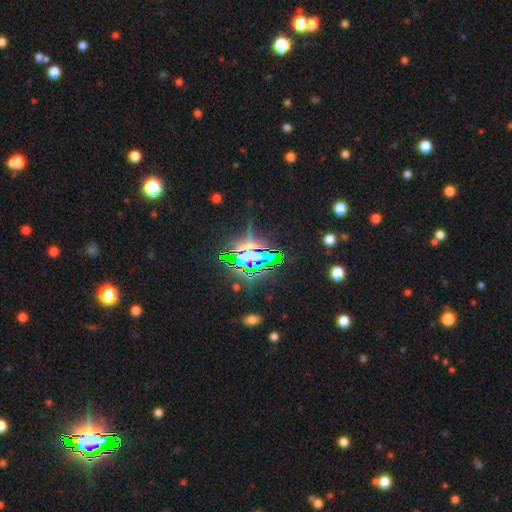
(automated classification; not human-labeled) A star or artifact, not a galaxy (71%).